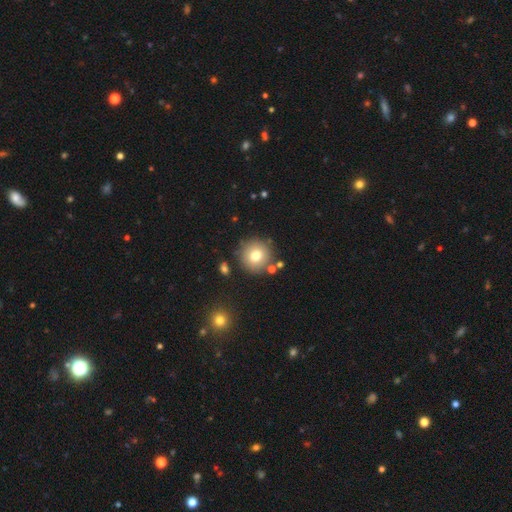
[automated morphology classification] smooth 75%, featured or disk 14%, star or artifact 11%. Down the decision tree: how rounded — round (94%); merging — none (83%).